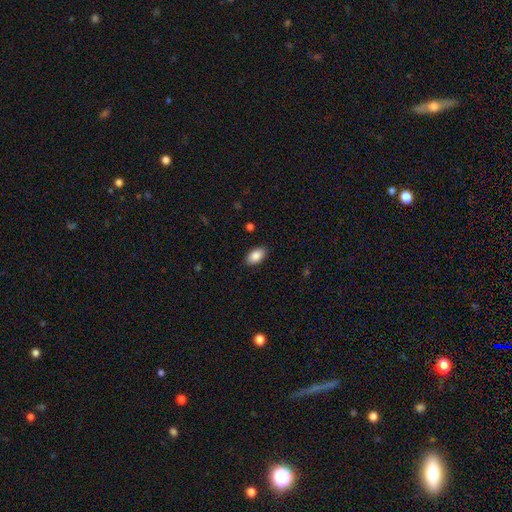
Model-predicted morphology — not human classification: Smooth or featured? smooth (88%)
How rounded? in between (93%)
Merging? none (87%)